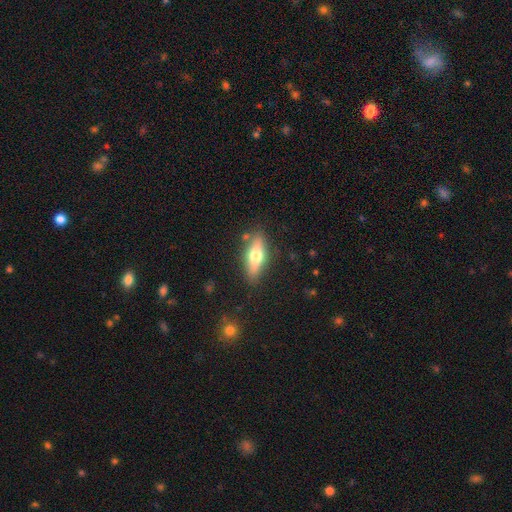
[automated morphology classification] Smooth or featured? smooth (57%)
How rounded? in between (56%)
Merging? none (83%)